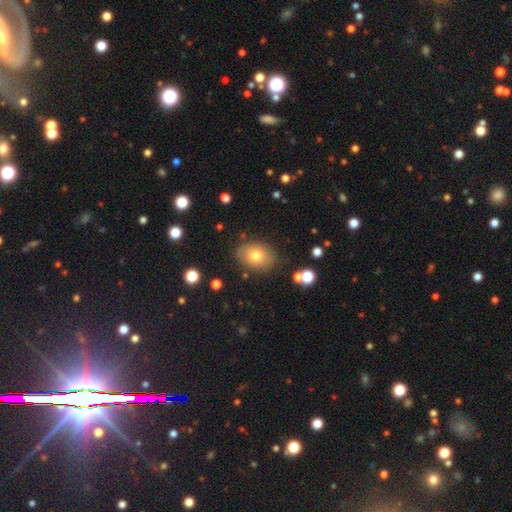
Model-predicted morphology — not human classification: Smooth or featured?
  - smooth: 74% *
  - featured or disk: 16%
  - star or artifact: 10%
How rounded?
  - in between: 73% *
  - round: 26%
  - cigar-shaped: 1%
Merging?
  - none: 81% *
  - minor disturbance: 13%
  - major disturbance: 4%
  - merger: 3%